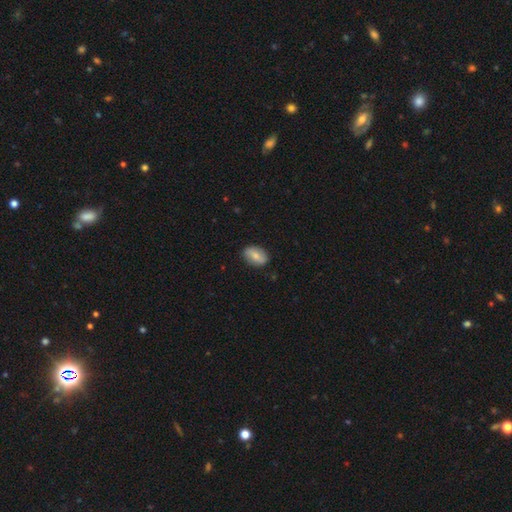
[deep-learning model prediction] Q: Smooth or featured?
A: smooth (70%); runner-up: featured or disk (23%)
Q: How rounded?
A: in between (87%); runner-up: round (11%)
Q: Merging?
A: none (85%); runner-up: minor disturbance (11%)